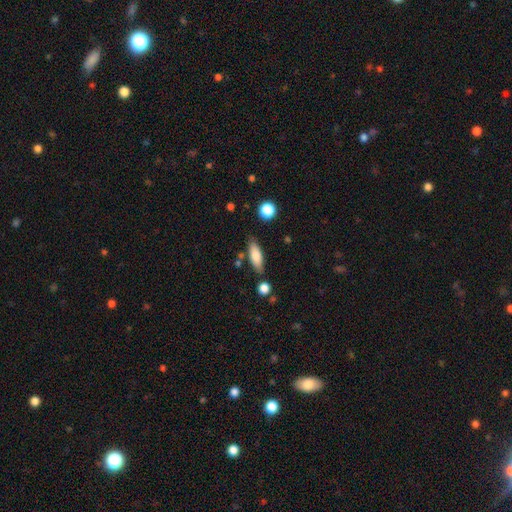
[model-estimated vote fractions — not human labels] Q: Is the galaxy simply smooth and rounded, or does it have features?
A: smooth — 77%.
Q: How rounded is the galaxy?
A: in between — 59%.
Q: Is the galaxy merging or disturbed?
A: none — 78%.